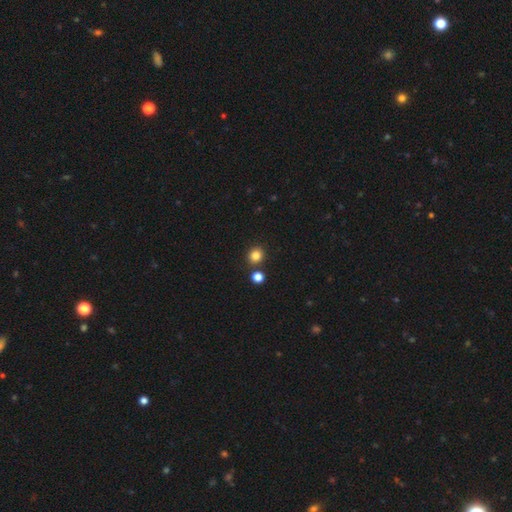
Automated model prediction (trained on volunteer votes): Smooth or featured? smooth (83%)
How rounded? round (85%)
Merging? none (82%)